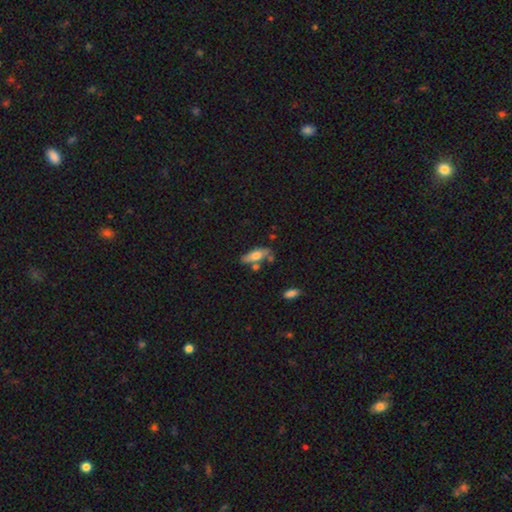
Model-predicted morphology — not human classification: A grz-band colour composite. It shows a smooth galaxy with no disk features (66%) that is in between round and cigar-shaped (65%). Merging: none (55%).